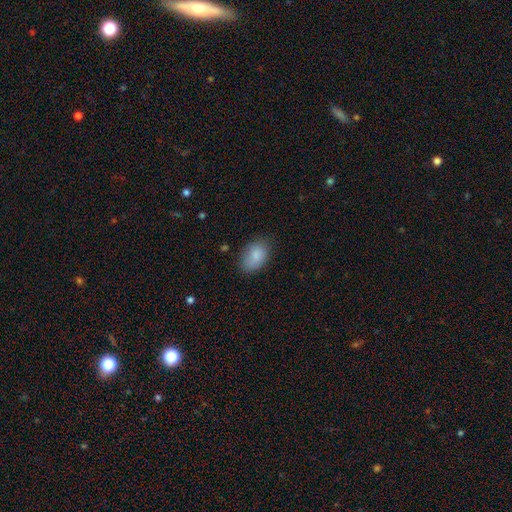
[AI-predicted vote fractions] Smooth or featured: smooth — 86% (star or artifact — 7%)
How rounded: in between — 86% (round — 13%)
Merging: none — 75% (minor disturbance — 18%)